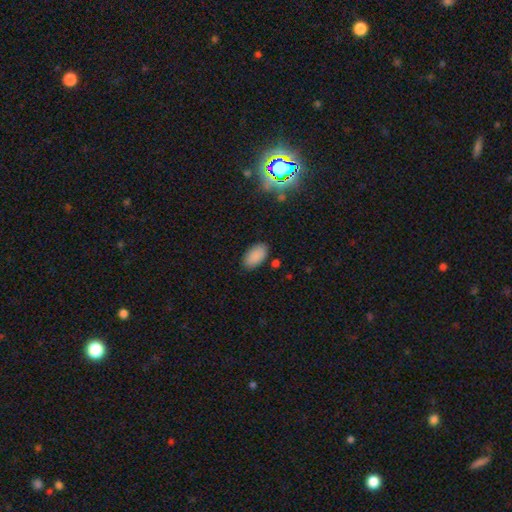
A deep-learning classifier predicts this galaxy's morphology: Smooth or featured? Predicted: smooth (p=0.88). How rounded? Predicted: in between (p=0.95). Merging? Predicted: none (p=0.85).